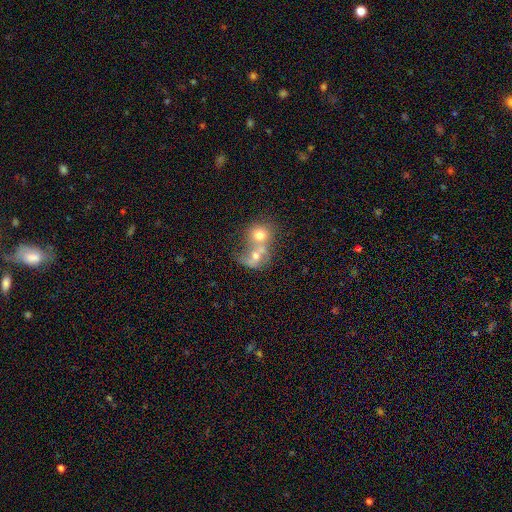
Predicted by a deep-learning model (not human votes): Smooth or featured? Predicted: smooth (p=0.57). How rounded? Predicted: round (p=0.59). Merging? Predicted: merger (p=0.76).